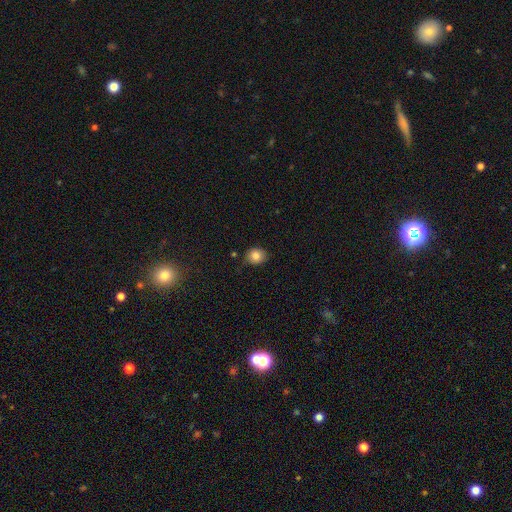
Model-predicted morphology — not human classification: type=smooth (84%); roundness=round (76%); merging=none (80%).